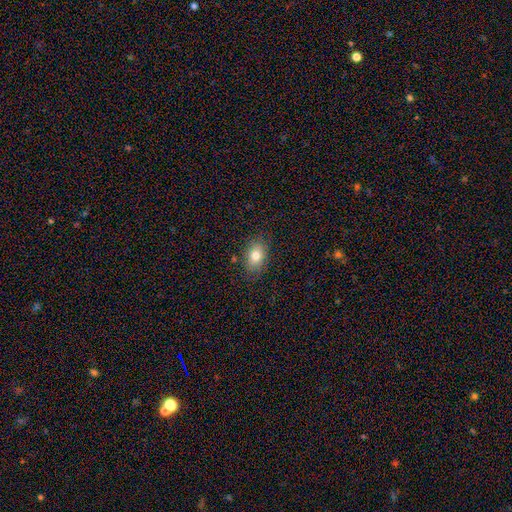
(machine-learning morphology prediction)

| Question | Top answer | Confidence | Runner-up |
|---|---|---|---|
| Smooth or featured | smooth | 79% | featured or disk (12%) |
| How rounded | in between | 83% | round (15%) |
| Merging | none | 83% | minor disturbance (13%) |